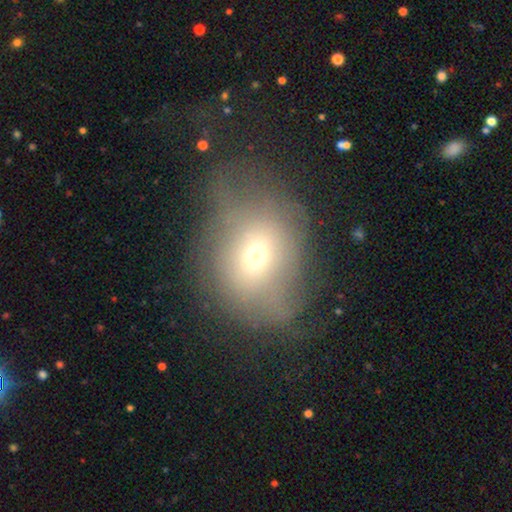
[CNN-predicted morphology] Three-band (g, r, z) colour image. It shows a smooth galaxy with no disk features (59%) that is round (53%). Merging: none (41%).